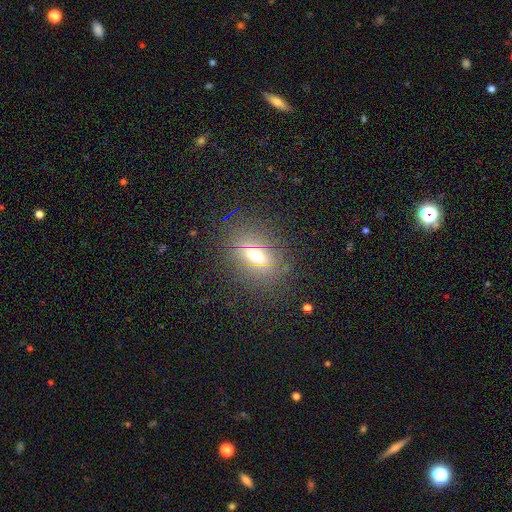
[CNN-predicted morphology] smooth_or_featured: smooth (p=0.49) [alt: featured or disk p=0.28]
merging: none (p=0.82) [alt: minor disturbance p=0.11]